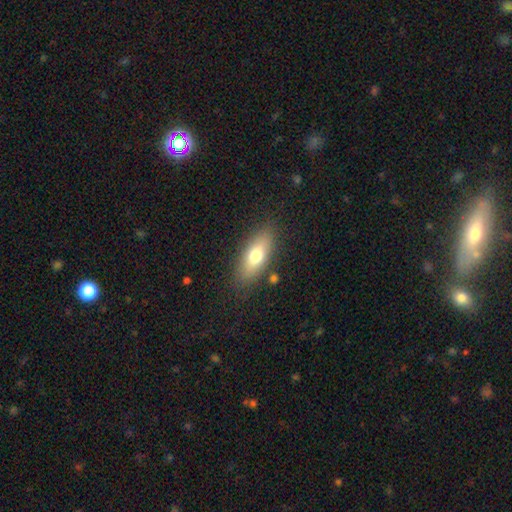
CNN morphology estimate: smooth 70%, featured or disk 23%, star or artifact 8%. Down the decision tree: how rounded — in between (74%); merging — none (82%).